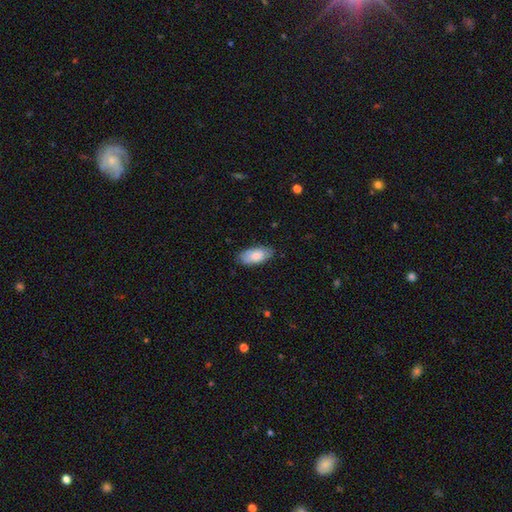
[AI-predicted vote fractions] The model was most divided on "merging": none: 80%, minor disturbance: 16%, major disturbance: 3%, merger: 1%. More confident: how rounded — in between (92%); smooth or featured — smooth (79%).